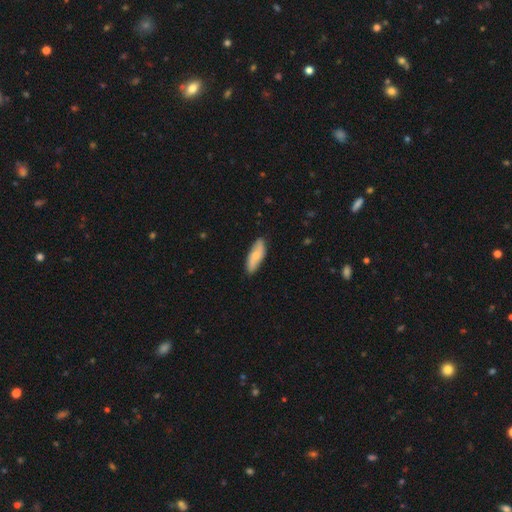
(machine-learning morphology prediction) Overall: smooth (68%). How rounded: in between (63%; cigar-shaped 35%). Merging: none (83%).